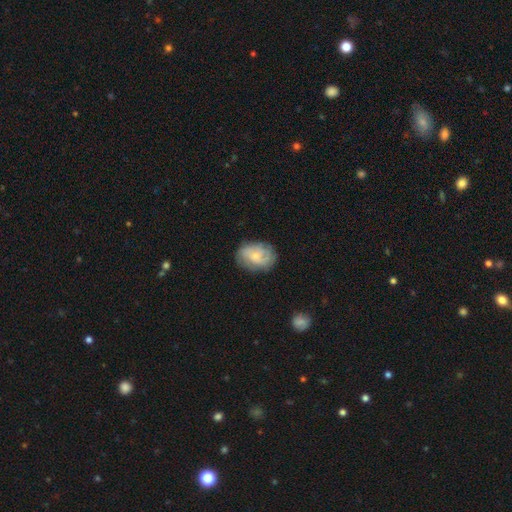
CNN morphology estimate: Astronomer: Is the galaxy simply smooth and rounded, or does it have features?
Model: smooth — 51% (runner-up: featured or disk, 42%).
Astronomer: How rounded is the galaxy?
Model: in between — 69%.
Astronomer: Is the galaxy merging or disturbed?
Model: none — 71%.